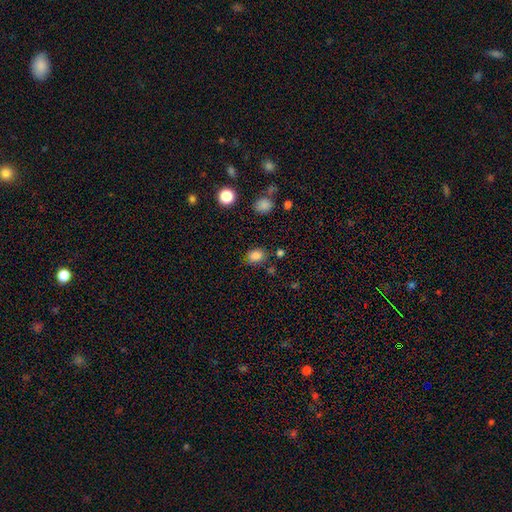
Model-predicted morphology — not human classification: Smooth or featured: smooth — 84% (star or artifact — 12%)
How rounded: in between — 65% (round — 34%)
Merging: none — 78% (minor disturbance — 14%)